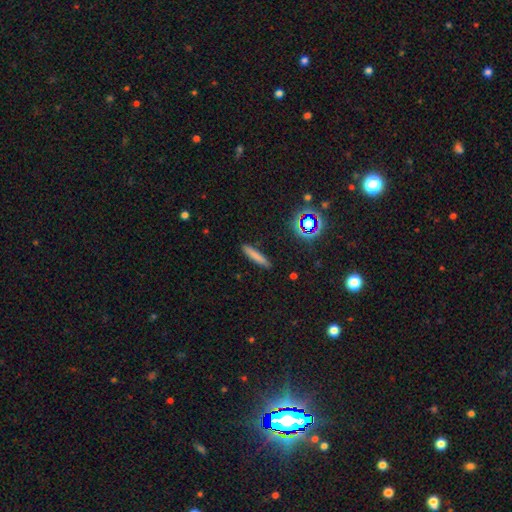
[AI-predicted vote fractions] Morphology: type=smooth (76%); roundness=cigar-shaped (90%); merging=none (88%).